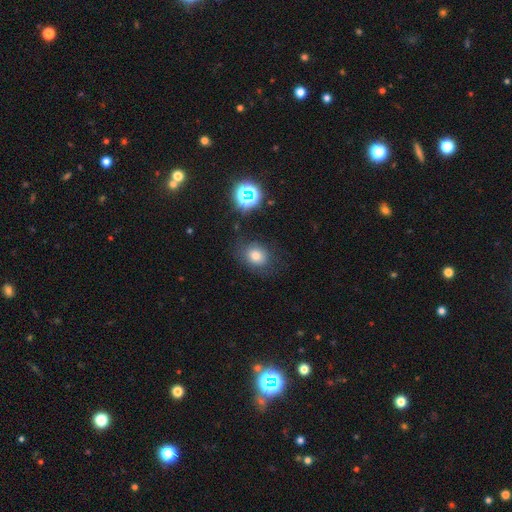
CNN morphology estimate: Smooth or featured? smooth (72%)
How rounded? round (57%)
Merging? none (74%)